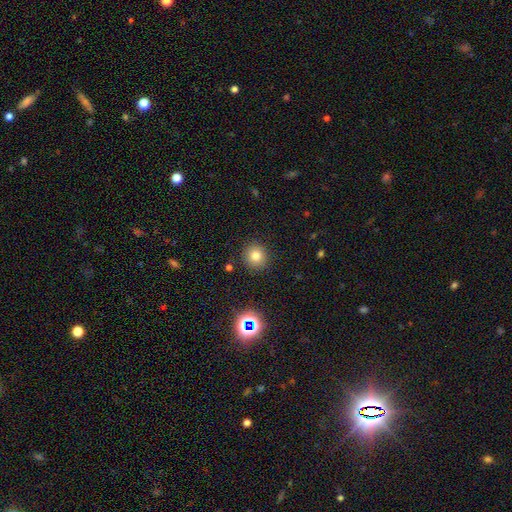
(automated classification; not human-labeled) Smooth or featured?
  - smooth: 77% *
  - star or artifact: 15%
  - featured or disk: 7%
How rounded?
  - round: 90% *
  - in between: 9%
  - cigar-shaped: 1%
Merging?
  - none: 89% *
  - minor disturbance: 7%
  - major disturbance: 2%
  - merger: 2%